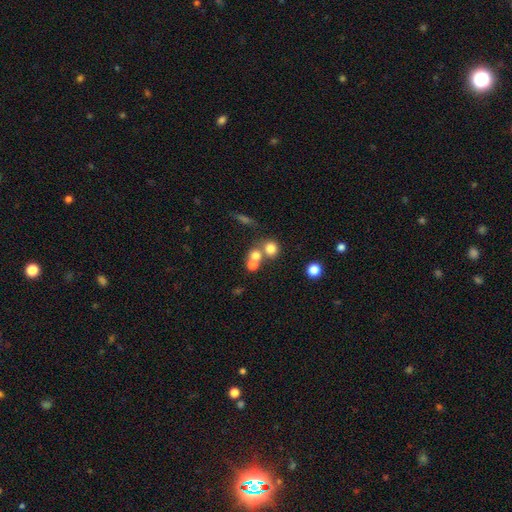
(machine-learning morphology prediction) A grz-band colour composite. It shows a smooth galaxy with no disk features (70%) that is round (84%). Merging: merger (48%).